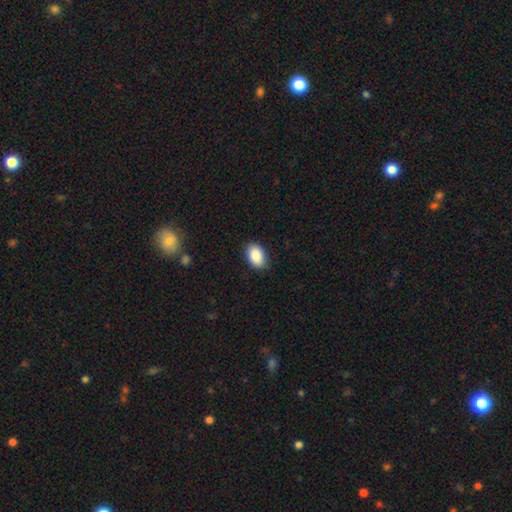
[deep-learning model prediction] Morphology: type=smooth (90%); roundness=in between (89%); merging=none (86%).